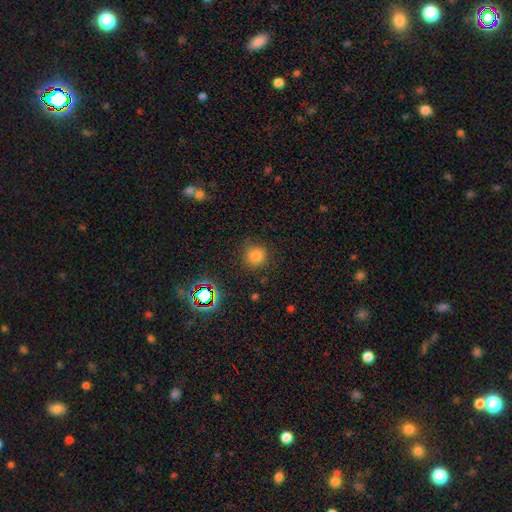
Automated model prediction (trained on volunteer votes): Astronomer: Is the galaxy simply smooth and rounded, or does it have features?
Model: smooth — 77%.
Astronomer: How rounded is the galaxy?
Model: round — 91%.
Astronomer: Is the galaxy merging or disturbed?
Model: none — 83%.